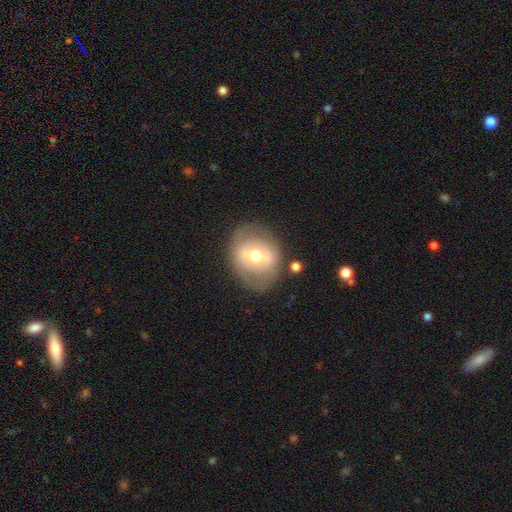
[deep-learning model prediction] Morphology: type=featured or disk (61%); edge-on=no (93%); bar=strong (45%); spiral arms=no (67%); bulge=moderate (73%); merging=none (75%).